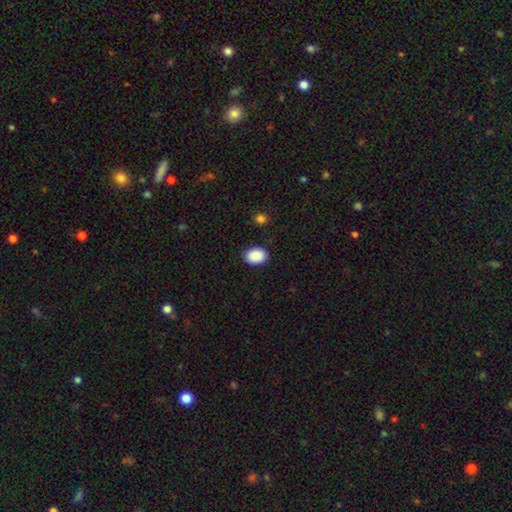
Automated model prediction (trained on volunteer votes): The model was most divided on "how rounded": in between: 71%, round: 28%, cigar-shaped: 1%. More confident: smooth or featured — smooth (90%); merging — none (88%).